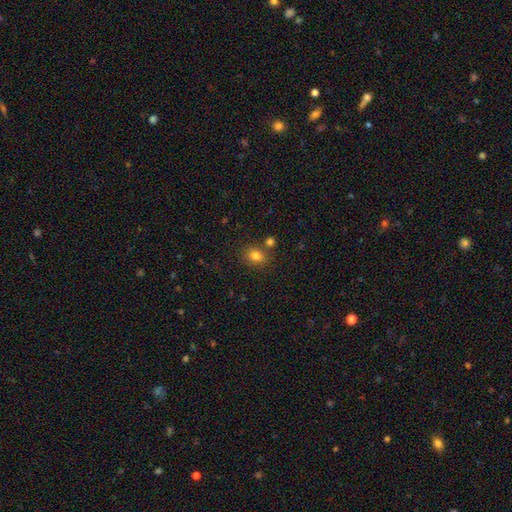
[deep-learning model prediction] Morphology: type=smooth (81%); roundness=round (59%); merging=none (75%).